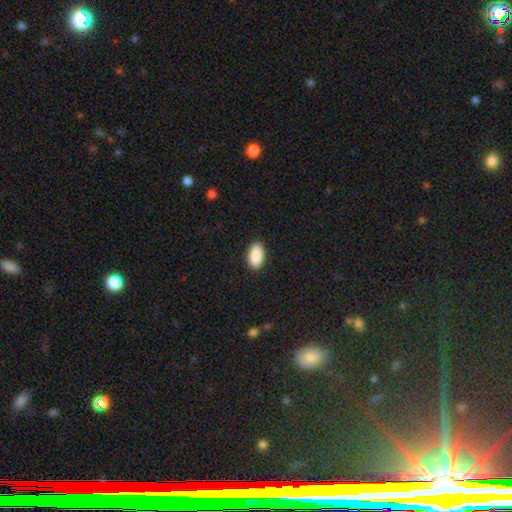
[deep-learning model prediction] Smooth or featured: smooth — 91% (star or artifact — 6%)
How rounded: in between — 94% (cigar-shaped — 3%)
Merging: none — 90% (minor disturbance — 7%)